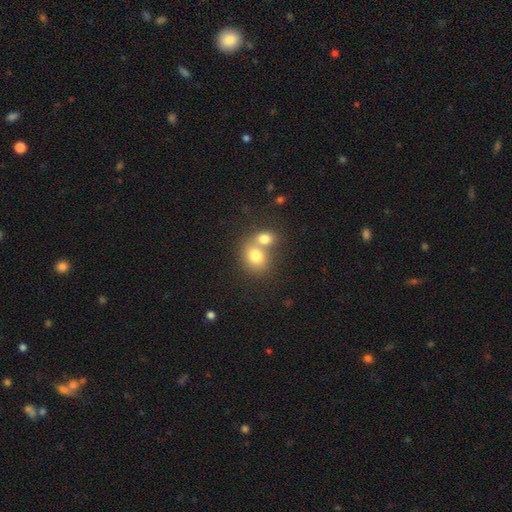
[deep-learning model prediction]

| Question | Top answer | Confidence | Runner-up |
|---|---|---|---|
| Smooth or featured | smooth | 76% | featured or disk (14%) |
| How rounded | round | 57% | in between (42%) |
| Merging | merger | 60% | none (30%) |